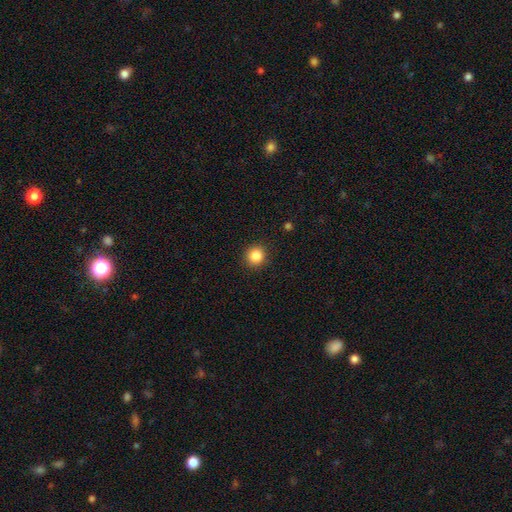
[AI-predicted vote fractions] smooth-or-featured: smooth: 86% | star or artifact: 11% | featured or disk: 4%
  how-rounded: round: 91% | in between: 8% | cigar-shaped: 1%
  merging: none: 91% | minor disturbance: 6% | major disturbance: 2% | merger: 1%